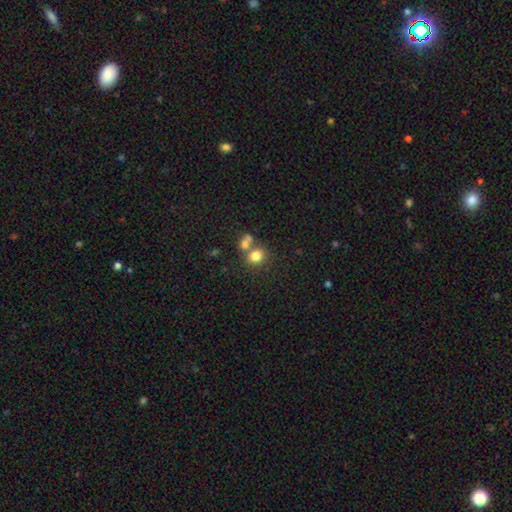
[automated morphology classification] smooth-or-featured: smooth: 79% | star or artifact: 12% | featured or disk: 9%
  how-rounded: round: 61% | in between: 38% | cigar-shaped: 1%
  merging: none: 46% | merger: 40% | minor disturbance: 10% | major disturbance: 5%